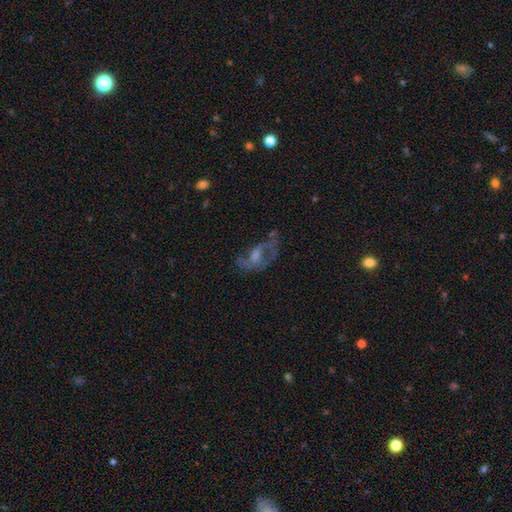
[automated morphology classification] type=featured or disk (66%); edge-on=no (94%); bar=no (59%); spiral arms=yes (62%); bulge=moderate (42%); merging=none (47%).